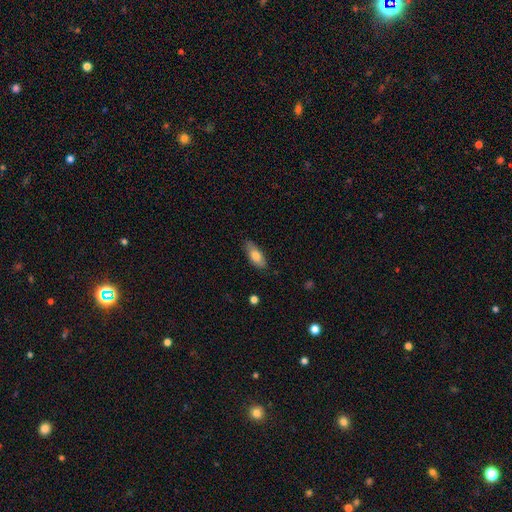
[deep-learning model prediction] Overall: smooth (77%). How rounded: in between (80%). Merging: none (81%).